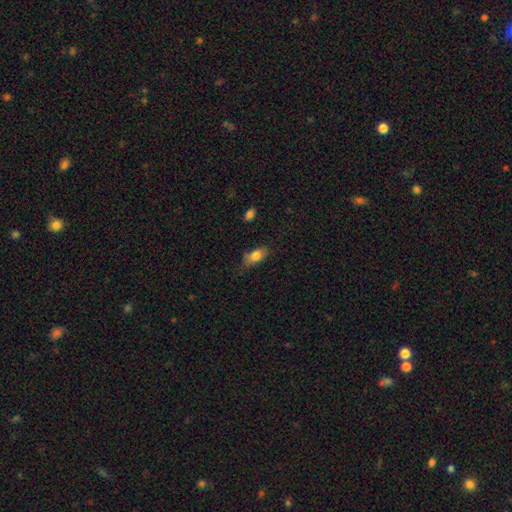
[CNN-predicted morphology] Smooth or featured: smooth — 80% (featured or disk — 12%)
How rounded: in between — 85% (cigar-shaped — 9%)
Merging: none — 60% (minor disturbance — 29%)